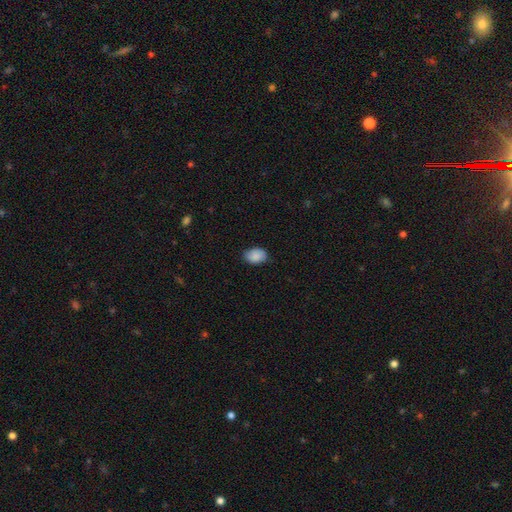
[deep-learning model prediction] Q: Smooth or featured?
A: smooth (87%); runner-up: star or artifact (7%)
Q: How rounded?
A: in between (81%); runner-up: round (18%)
Q: Merging?
A: none (79%); runner-up: minor disturbance (18%)